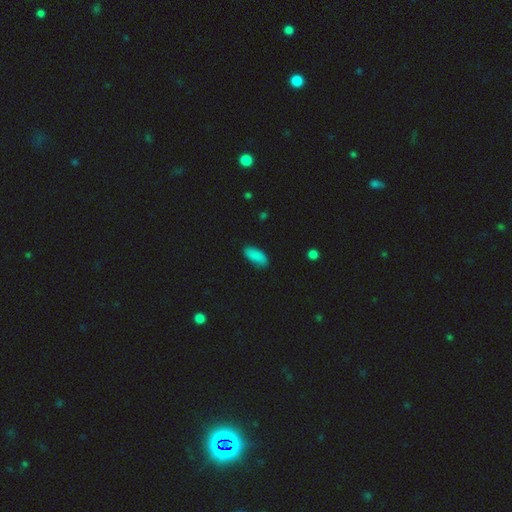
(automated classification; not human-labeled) smooth 88%, star or artifact 8%, featured or disk 5%. Down the decision tree: how rounded — in between (86%); merging — none (82%).